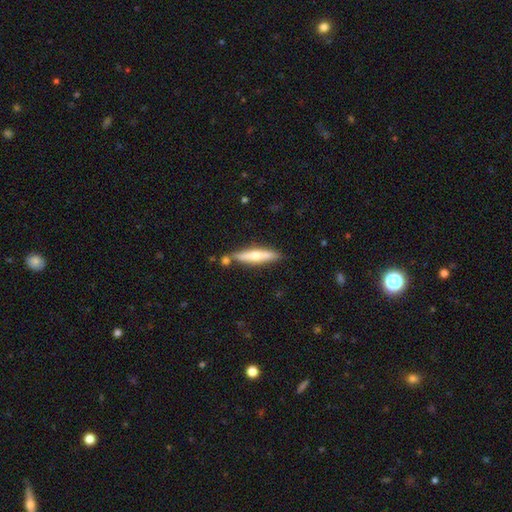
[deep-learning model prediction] Smooth or featured: smooth — 47% (tied with featured or disk — 47%)
Merging: none — 74% (minor disturbance — 12%)